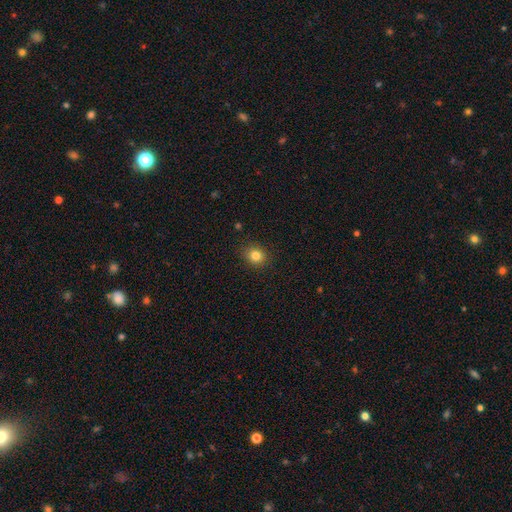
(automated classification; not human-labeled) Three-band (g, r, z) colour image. It shows a smooth galaxy with no disk features (82%) that is round (74%). Merging: none (88%).